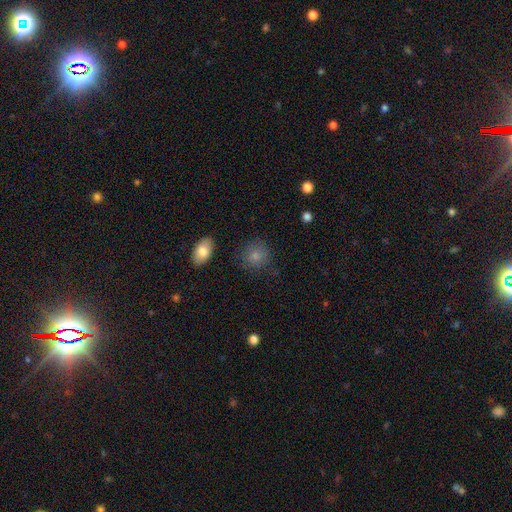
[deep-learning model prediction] smooth 83%, star or artifact 9%, featured or disk 7%. Down the decision tree: how rounded — round (82%); merging — none (80%).